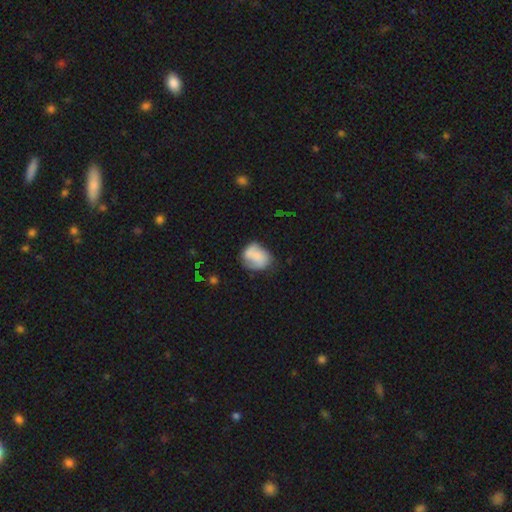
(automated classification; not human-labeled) smooth-or-featured: smooth: 67% | featured or disk: 25% | star or artifact: 8%
  how-rounded: round: 53% | in between: 46% | cigar-shaped: 1%
  merging: none: 46% | minor disturbance: 30% | major disturbance: 12% | merger: 12%